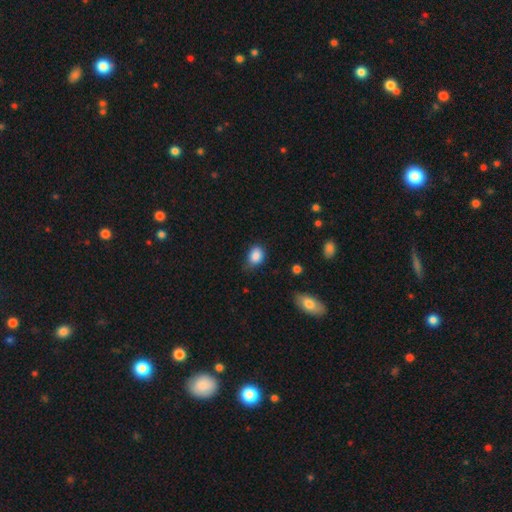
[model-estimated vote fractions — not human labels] Overall: smooth (86%). How rounded: in between (66%; round 33%). Merging: none (58%; minor disturbance 34%).